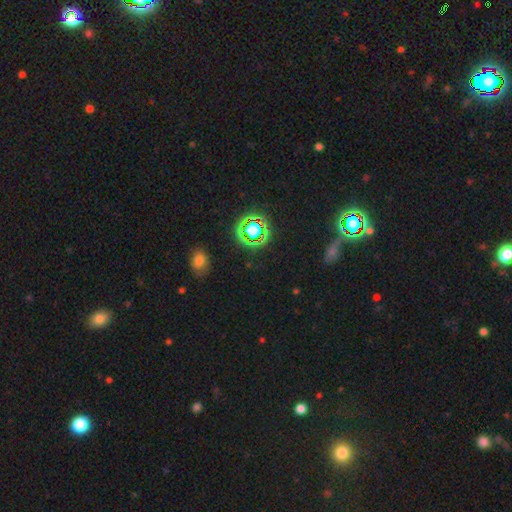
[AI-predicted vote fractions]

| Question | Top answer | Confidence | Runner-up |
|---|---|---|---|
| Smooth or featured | star or artifact | 73% | smooth (19%) |